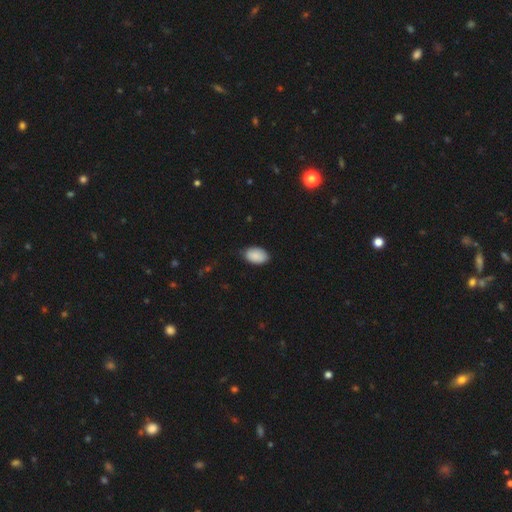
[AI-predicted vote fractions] smooth_or_featured: smooth (p=0.90) [alt: star or artifact p=0.06]
how_rounded: in between (p=0.92) [alt: round p=0.07]
merging: none (p=0.81) [alt: minor disturbance p=0.16]